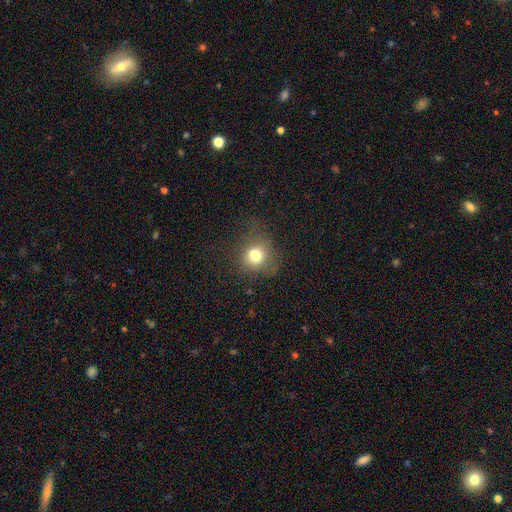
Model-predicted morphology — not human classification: Smooth or featured: smooth — 75% (star or artifact — 14%)
How rounded: round — 71% (in between — 28%)
Merging: none — 60% (minor disturbance — 22%)